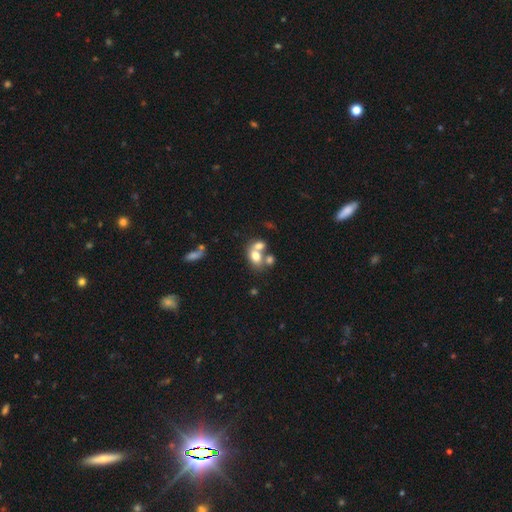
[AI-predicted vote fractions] smooth-or-featured: smooth: 68% | featured or disk: 21% | star or artifact: 11%
  how-rounded: in between: 68% | round: 31% | cigar-shaped: 1%
  merging: merger: 54% | none: 31% | minor disturbance: 9% | major disturbance: 6%